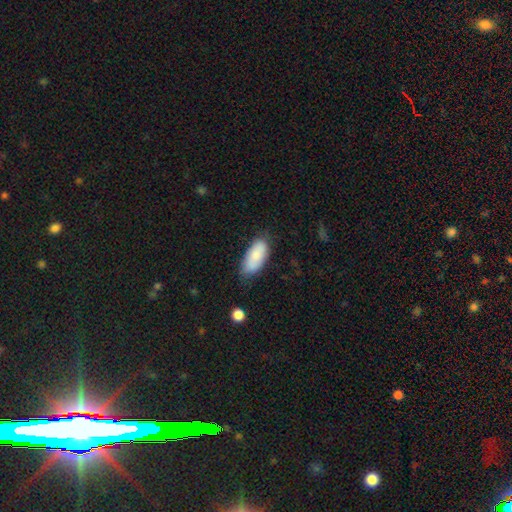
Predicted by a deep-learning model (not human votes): A smooth galaxy with no disk features (85%) that is in between round and cigar-shaped (88%). Merging: none (73%).